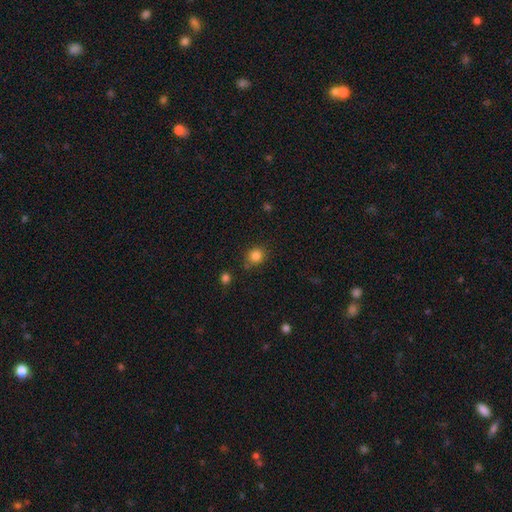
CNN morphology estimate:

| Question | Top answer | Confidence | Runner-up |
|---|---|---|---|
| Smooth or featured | smooth | 83% | star or artifact (12%) |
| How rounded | round | 84% | in between (15%) |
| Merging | none | 79% | minor disturbance (13%) |